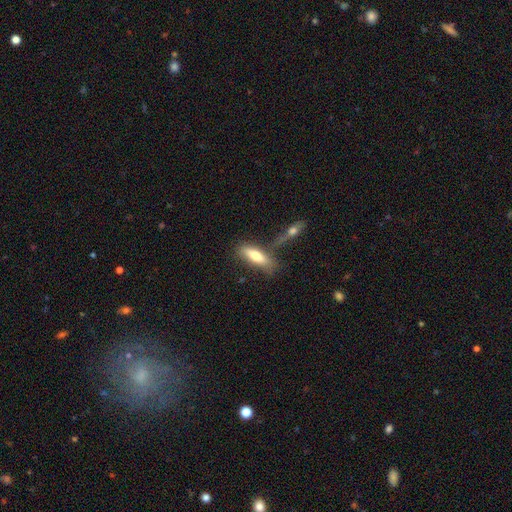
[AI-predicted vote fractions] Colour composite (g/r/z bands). It shows a smooth galaxy with no disk features (71%) that is in between round and cigar-shaped (52%). Merging: none (54%).